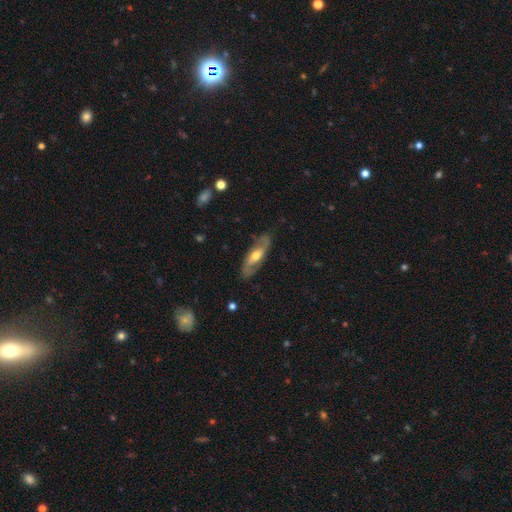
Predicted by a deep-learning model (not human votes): featured or disk 67%, smooth 27%, star or artifact 5%. Down the decision tree: edge-on disk — no (73%); merging — none (79%).